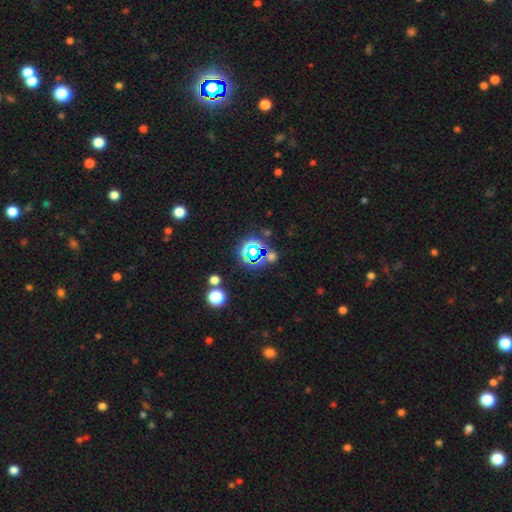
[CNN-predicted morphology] type=star or artifact (67%).